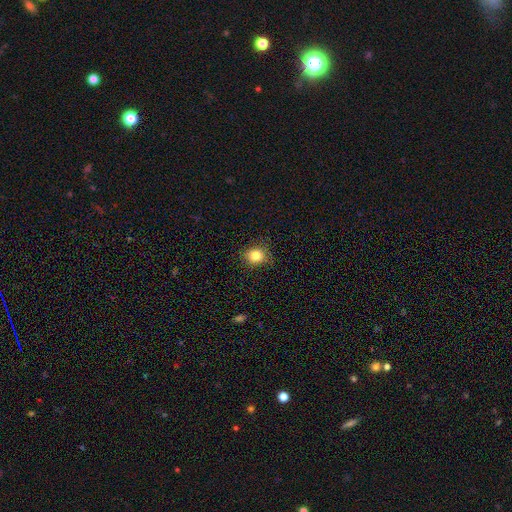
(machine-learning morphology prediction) This appears to be a smooth galaxy with no disk features (83%) that is round (72%). Merging: none (83%).